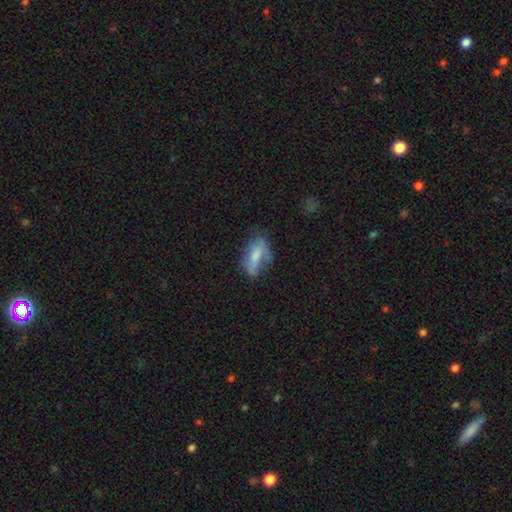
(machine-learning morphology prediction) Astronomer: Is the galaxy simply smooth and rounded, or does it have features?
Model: smooth — 61%.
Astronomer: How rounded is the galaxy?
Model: in between — 79%.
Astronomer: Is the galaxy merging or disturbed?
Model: none — 46% (runner-up: minor disturbance, 31%).